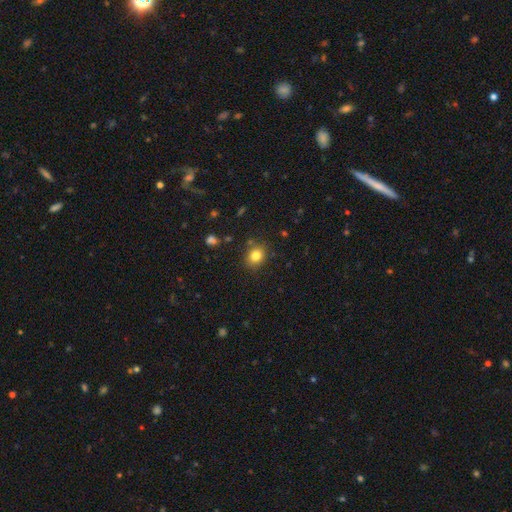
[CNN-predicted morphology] This is clearly a smooth galaxy (82%). How rounded: likely round (66%). Merging: clearly none (83%).